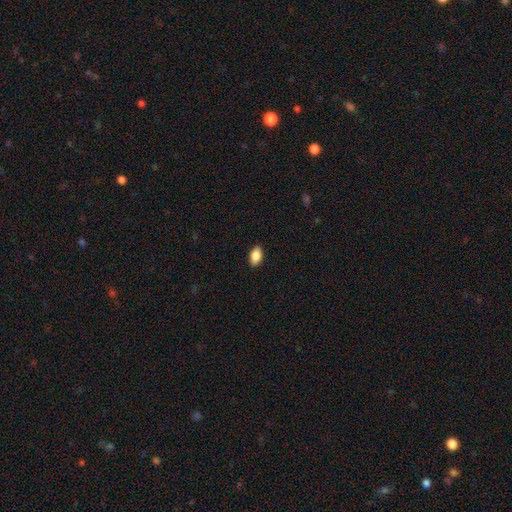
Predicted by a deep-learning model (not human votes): Smooth or featured? smooth (87%)
How rounded? in between (92%)
Merging? none (89%)